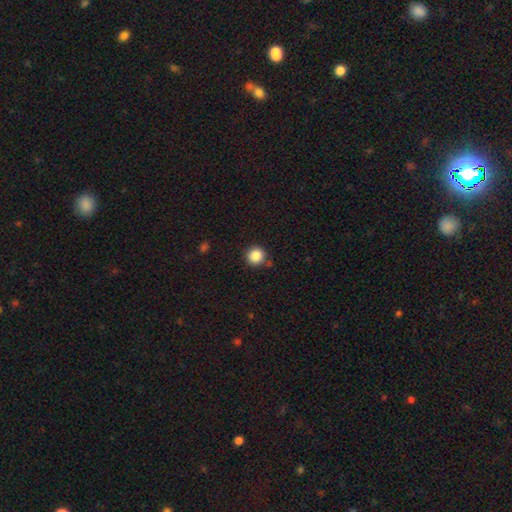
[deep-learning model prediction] Smooth or featured?
  - smooth: 86% *
  - star or artifact: 10%
  - featured or disk: 3%
How rounded?
  - round: 93% *
  - in between: 6%
  - cigar-shaped: 1%
Merging?
  - none: 85% *
  - minor disturbance: 9%
  - merger: 4%
  - major disturbance: 3%